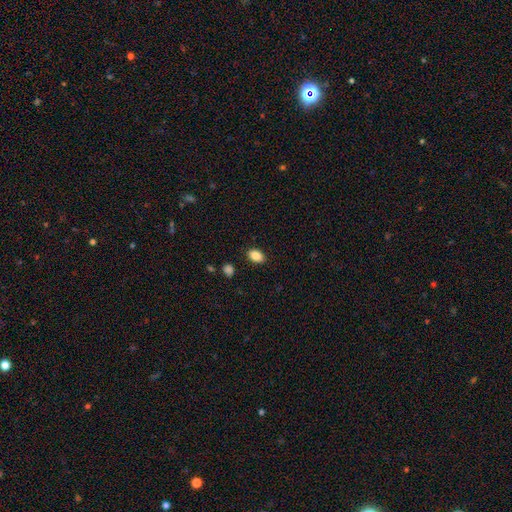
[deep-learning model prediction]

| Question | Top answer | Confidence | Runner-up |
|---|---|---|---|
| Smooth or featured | smooth | 87% | star or artifact (9%) |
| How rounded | in between | 82% | round (17%) |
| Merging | none | 87% | minor disturbance (9%) |